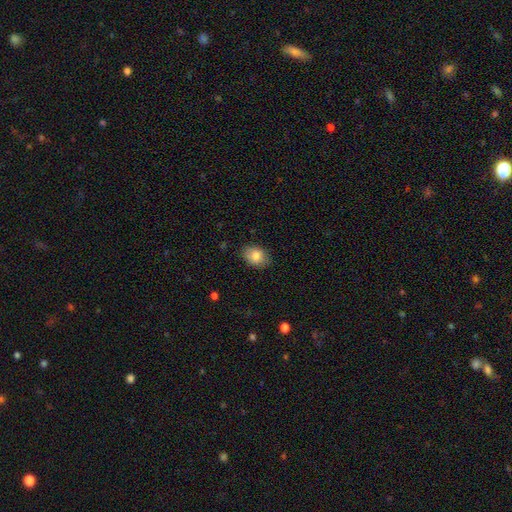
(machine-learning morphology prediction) Smooth or featured? Predicted: smooth (p=0.84). How rounded? Predicted: in between (p=0.74). Merging? Predicted: none (p=0.82).